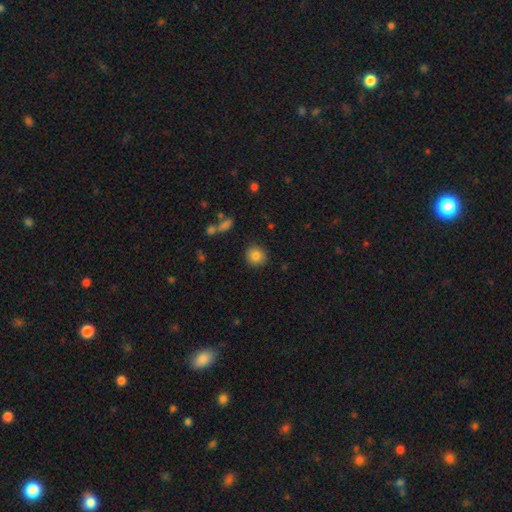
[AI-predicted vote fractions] This is clearly a smooth galaxy (83%). How rounded: clearly round (89%). Merging: clearly none (89%).